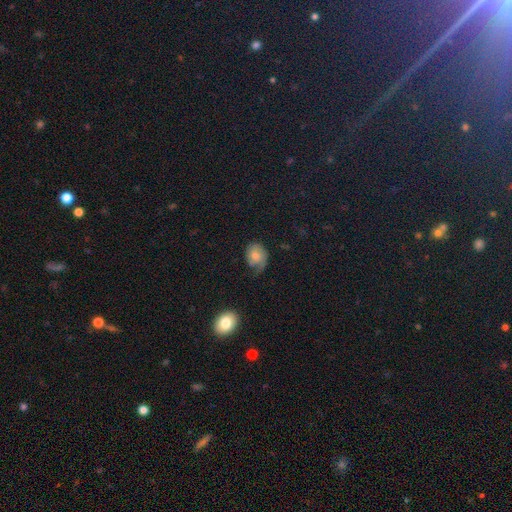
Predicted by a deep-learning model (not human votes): A smooth galaxy with no disk features (56%) that is in between round and cigar-shaped (54%).

Vote fractions:
- Smooth or featured? smooth: 56% / featured or disk: 36% / star or artifact: 8%
- How rounded? in between: 54% / round: 45% / cigar-shaped: 1%
- Merging? none: 37% / minor disturbance: 33% / major disturbance: 27% / merger: 2%